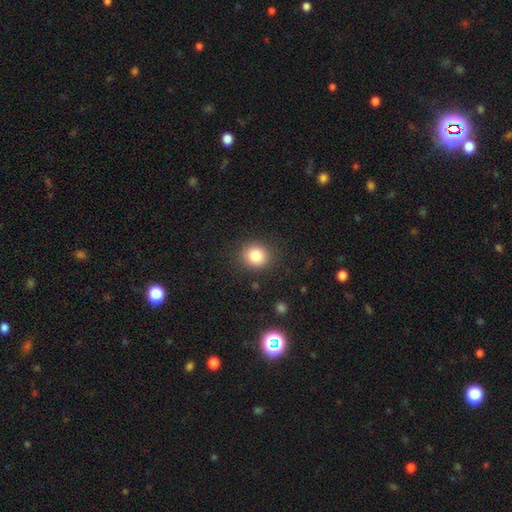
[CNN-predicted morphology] Smooth or featured: smooth — 83% (star or artifact — 11%)
How rounded: round — 87% (in between — 13%)
Merging: none — 88% (minor disturbance — 8%)